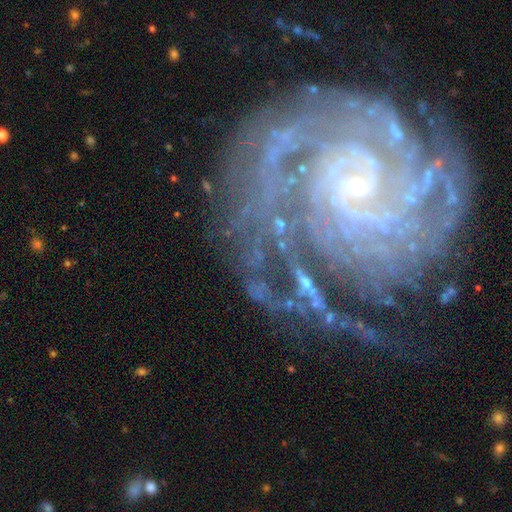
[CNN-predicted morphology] smooth_or_featured: featured or disk (p=0.90) [alt: star or artifact p=0.07]
disk_edge_on: no (p=0.98) [alt: yes p=0.02]
bar: no (p=0.54) [alt: weak p=0.32]
has_spiral_arms: yes (p=0.98) [alt: no p=0.02]
spiral_winding: tight (p=0.70) [alt: medium p=0.25]
spiral_arm_count: 2 (p=0.20) [tied with: can't tell p=0.20]
bulge_size: small (p=0.79) [alt: moderate p=0.14]
merging: none (p=0.68) [alt: minor disturbance p=0.17]